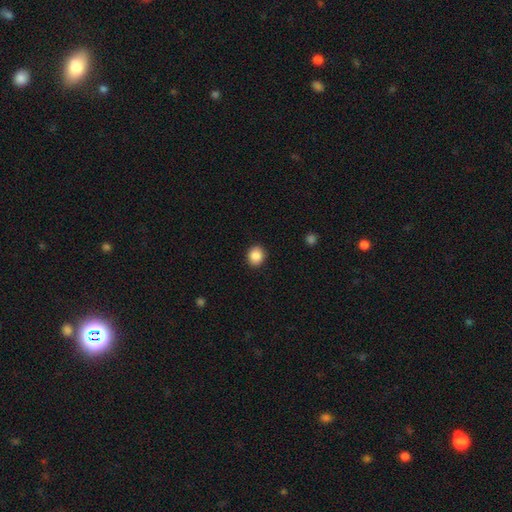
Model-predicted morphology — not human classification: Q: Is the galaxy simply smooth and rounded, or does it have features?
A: smooth — 87%.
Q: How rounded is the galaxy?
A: round — 76%.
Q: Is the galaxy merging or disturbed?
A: none — 91%.